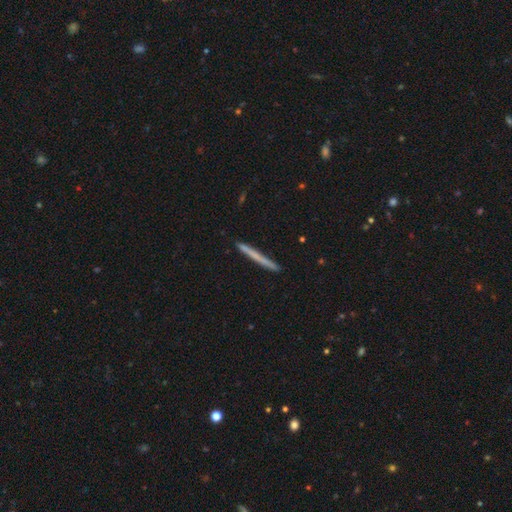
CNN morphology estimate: smooth-or-featured: smooth: 57% | featured or disk: 37% | star or artifact: 6%
  how-rounded: cigar-shaped: 97% | in between: 1% | round: 1%
  merging: none: 91% | minor disturbance: 6% | major disturbance: 1% | merger: 1%